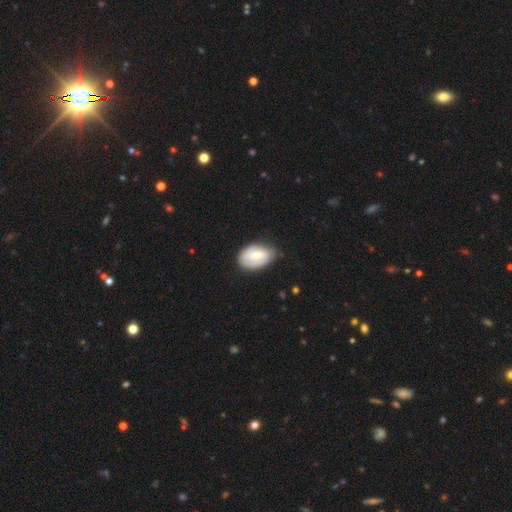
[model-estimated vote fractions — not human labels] A smooth galaxy with no disk features (49%).

Vote fractions:
- Smooth or featured? smooth: 49% / featured or disk: 45% / star or artifact: 6%
- Merging? none: 67% / minor disturbance: 25% / major disturbance: 6% / merger: 2%